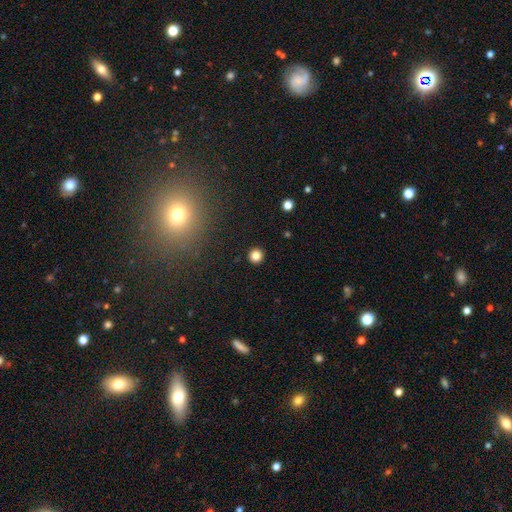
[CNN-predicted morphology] smooth 83%, star or artifact 13%, featured or disk 4%. Down the decision tree: how rounded — round (95%); merging — none (93%).